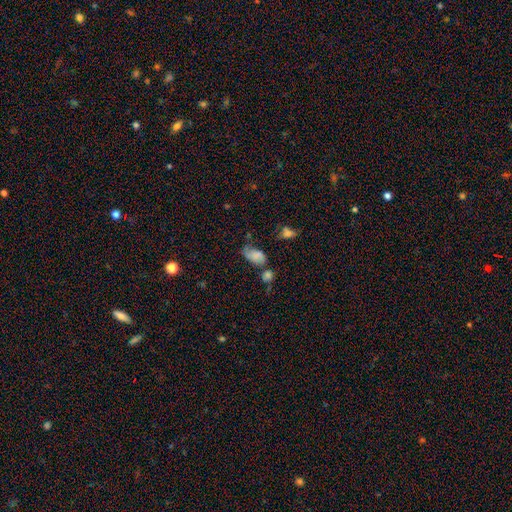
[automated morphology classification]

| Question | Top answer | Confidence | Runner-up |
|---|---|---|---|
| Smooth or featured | smooth | 68% | featured or disk (19%) |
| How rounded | in between | 86% | round (10%) |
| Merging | none | 34% | minor disturbance (27%) |